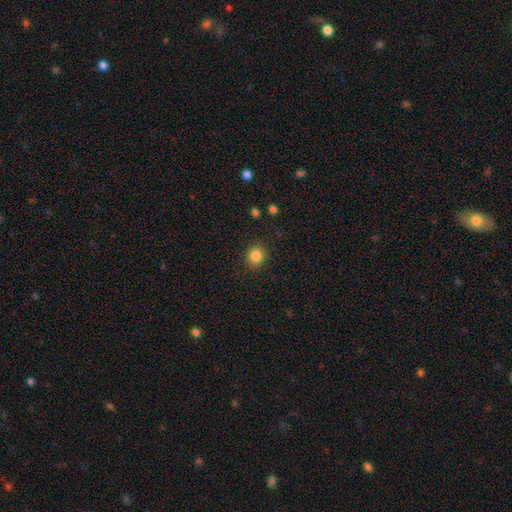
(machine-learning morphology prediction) A smooth galaxy with no disk features (85%) that is round (83%). Merging: none (89%).